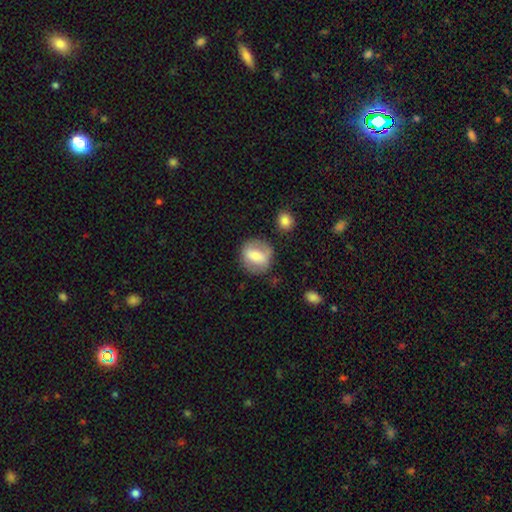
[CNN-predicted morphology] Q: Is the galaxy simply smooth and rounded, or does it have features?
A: smooth — 57%.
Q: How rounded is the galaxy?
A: round — 72%.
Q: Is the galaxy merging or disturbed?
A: none — 75%.